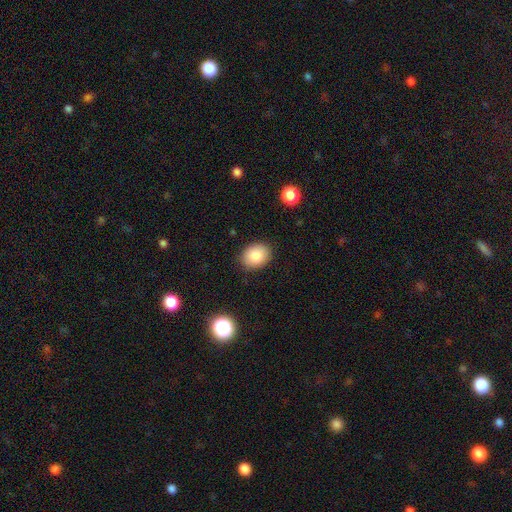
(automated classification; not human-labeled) smooth_or_featured: smooth (p=0.84) [alt: star or artifact p=0.08]
how_rounded: in between (p=0.62) [alt: round p=0.37]
merging: none (p=0.87) [alt: minor disturbance p=0.10]